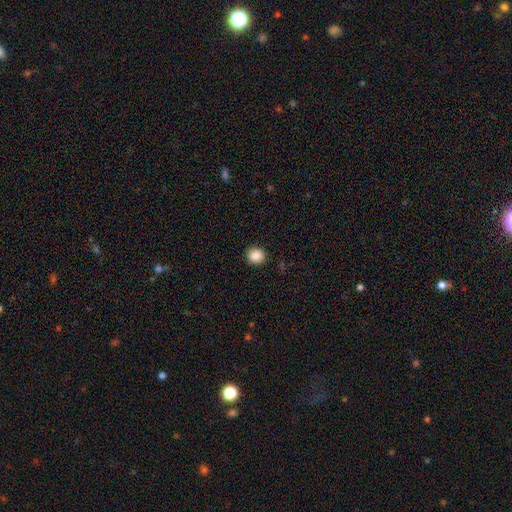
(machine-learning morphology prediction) Smooth or featured: smooth — 87% (star or artifact — 10%)
How rounded: round — 88% (in between — 11%)
Merging: none — 92% (minor disturbance — 6%)